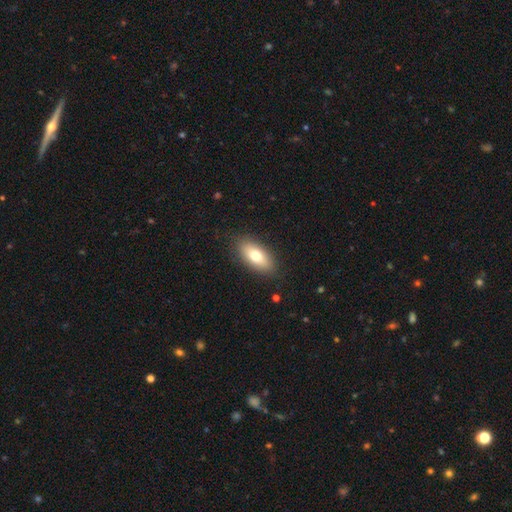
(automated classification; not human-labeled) Smooth or featured? smooth (73%)
How rounded? in between (84%)
Merging? none (87%)